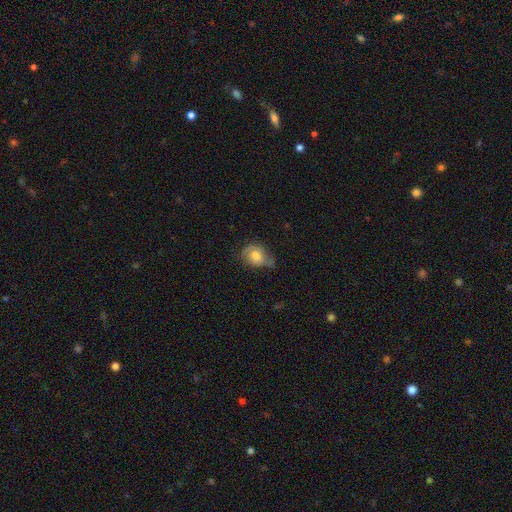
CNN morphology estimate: Smooth or featured? Predicted: smooth (p=0.62). How rounded? Predicted: in between (p=0.51). Merging? Predicted: none (p=0.43).